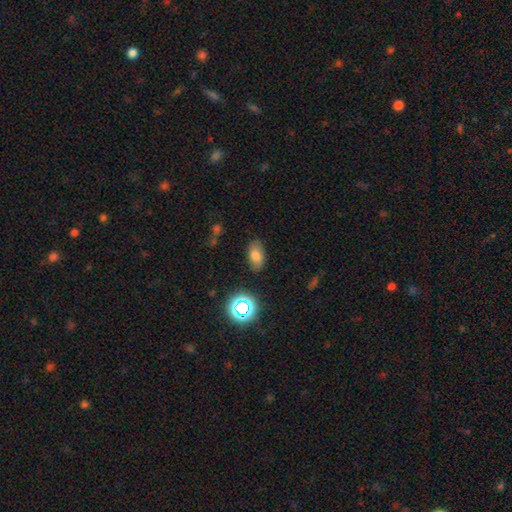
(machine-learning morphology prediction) Smooth or featured: smooth — 74% (star or artifact — 15%)
How rounded: in between — 90% (round — 8%)
Merging: none — 81% (minor disturbance — 14%)